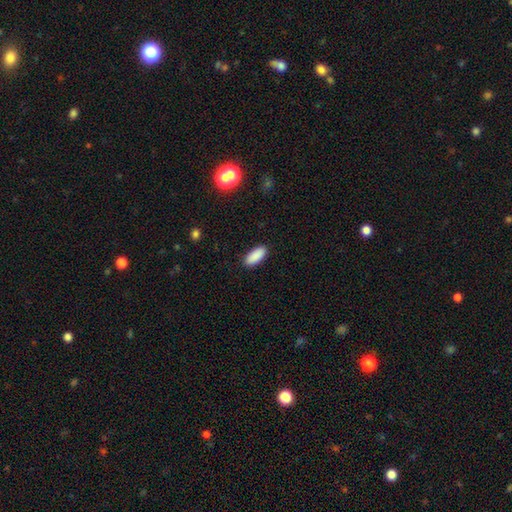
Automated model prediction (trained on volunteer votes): A smooth galaxy with no disk features (90%) that is in between round and cigar-shaped (83%). Merging: none (90%).